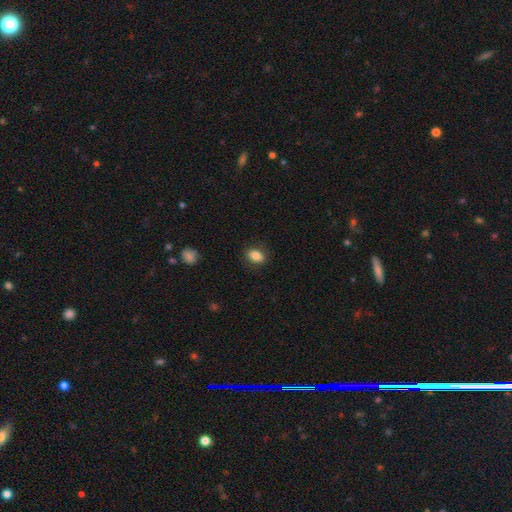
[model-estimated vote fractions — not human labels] Smooth or featured? Predicted: smooth (p=0.85). How rounded? Predicted: in between (p=0.77). Merging? Predicted: none (p=0.85).